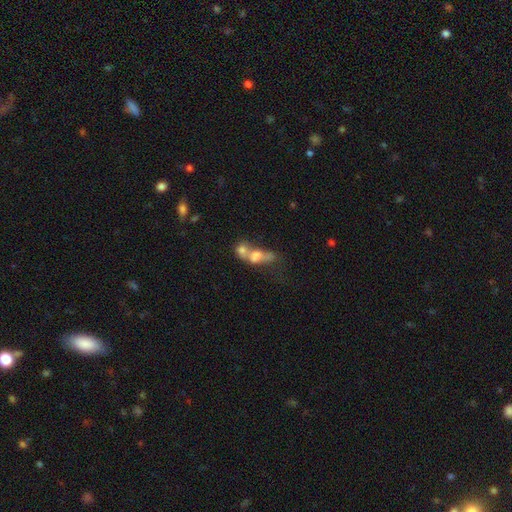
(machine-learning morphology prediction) Smooth or featured: smooth — 56% (featured or disk — 33%)
How rounded: in between — 62% (round — 25%)
Merging: merger — 68% (none — 14%)